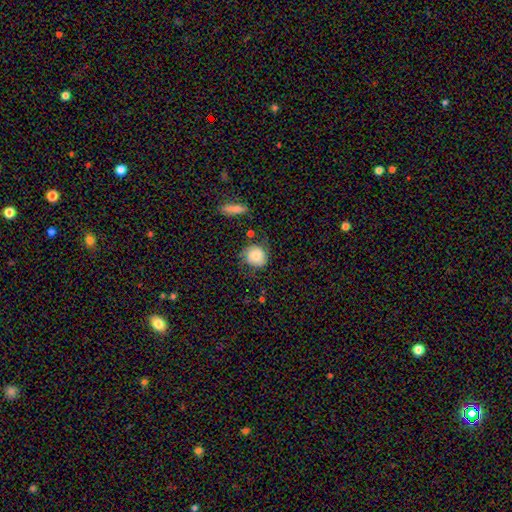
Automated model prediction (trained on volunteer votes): Morphology: type=smooth (71%); roundness=round (81%); merging=none (62%).